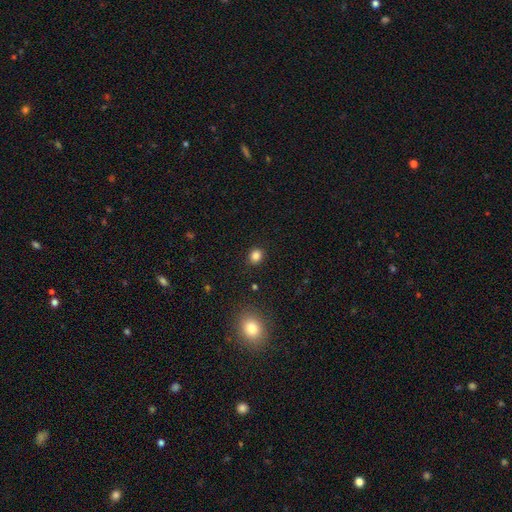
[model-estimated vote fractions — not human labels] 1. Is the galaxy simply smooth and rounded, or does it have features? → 84% smooth, 12% star or artifact, 4% featured or disk.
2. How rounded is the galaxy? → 66% round, 33% in between, 1% cigar-shaped.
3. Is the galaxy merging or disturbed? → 89% none, 8% minor disturbance, 2% major disturbance, 2% merger.